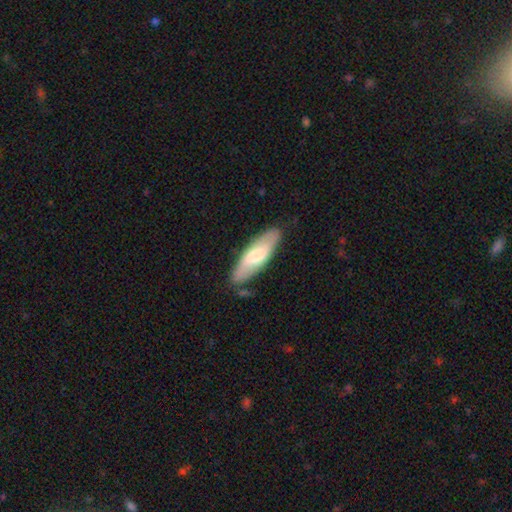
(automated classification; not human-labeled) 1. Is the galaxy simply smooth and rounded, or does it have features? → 60% smooth, 35% featured or disk, 5% star or artifact.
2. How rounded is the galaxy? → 57% in between, 41% cigar-shaped, 2% round.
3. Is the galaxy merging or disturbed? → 81% none, 14% minor disturbance, 3% major disturbance, 3% merger.